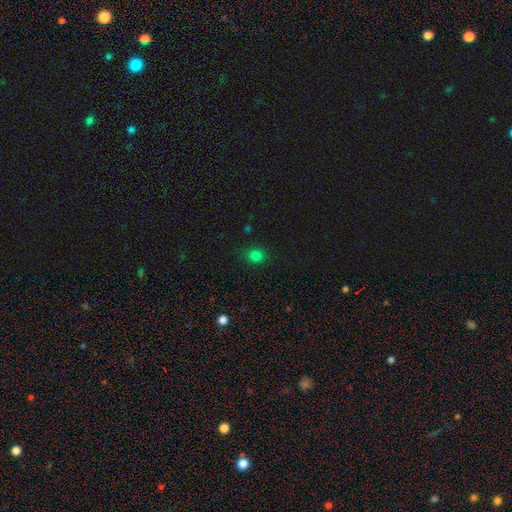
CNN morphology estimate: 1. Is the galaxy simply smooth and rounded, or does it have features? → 79% smooth, 17% star or artifact, 4% featured or disk.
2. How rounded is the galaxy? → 76% round, 23% in between, 1% cigar-shaped.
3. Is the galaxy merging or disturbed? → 87% none, 9% minor disturbance, 3% major disturbance, 1% merger.